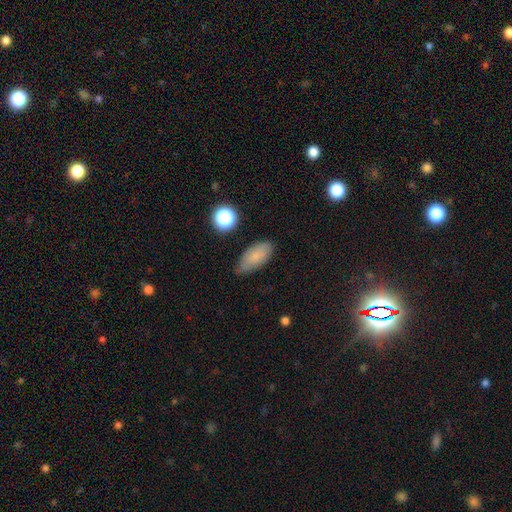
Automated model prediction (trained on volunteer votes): Smooth or featured? smooth (78%)
How rounded? in between (89%)
Merging? none (67%)